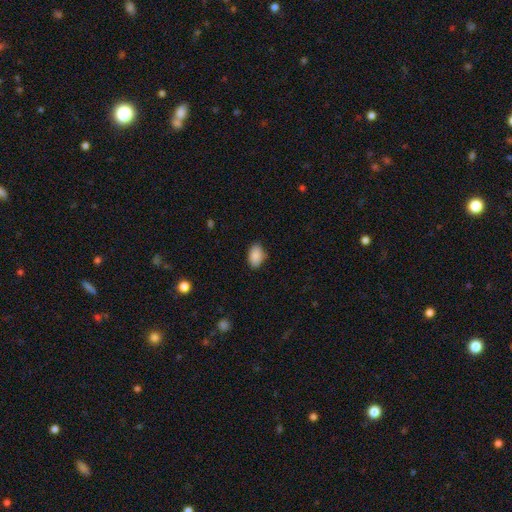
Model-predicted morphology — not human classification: A smooth galaxy with no disk features (89%) that is in between round and cigar-shaped (90%).

Vote fractions:
- Smooth or featured? smooth: 89% / star or artifact: 7% / featured or disk: 4%
- How rounded? in between: 90% / round: 9% / cigar-shaped: 1%
- Merging? none: 81% / minor disturbance: 15% / major disturbance: 3% / merger: 1%